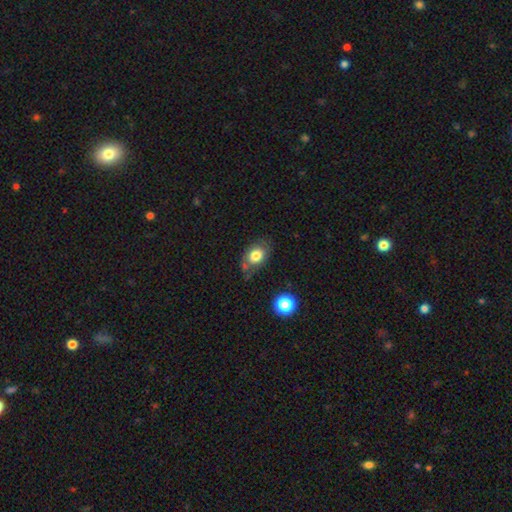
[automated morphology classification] A smooth galaxy with no disk features (76%) that is in between round and cigar-shaped (71%). Merging: none (56%).